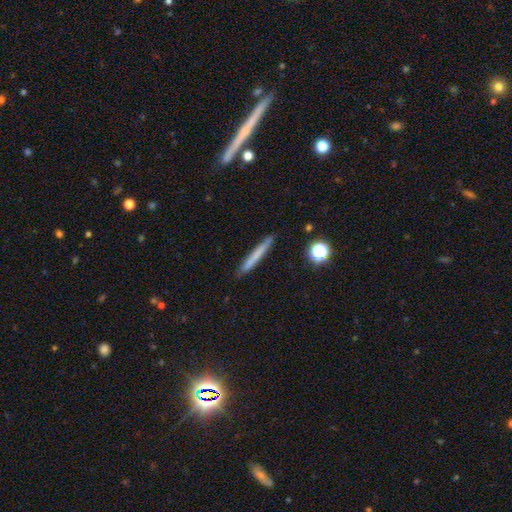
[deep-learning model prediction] A smooth galaxy with no disk features (67%) that is cigar-shaped (96%). Merging: none (89%).